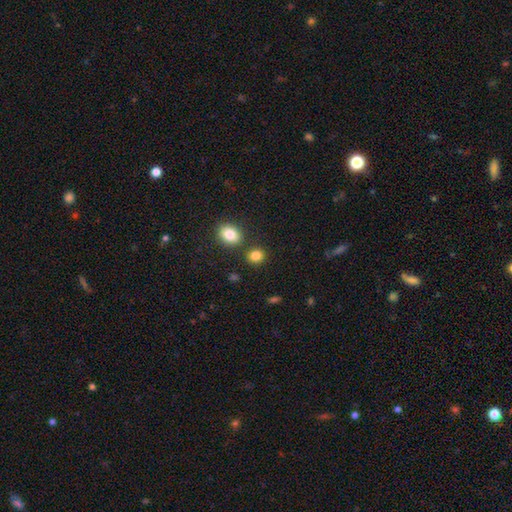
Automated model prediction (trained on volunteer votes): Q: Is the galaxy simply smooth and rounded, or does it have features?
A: smooth — 85%.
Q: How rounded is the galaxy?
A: round — 72%.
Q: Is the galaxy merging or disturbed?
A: none — 80%.